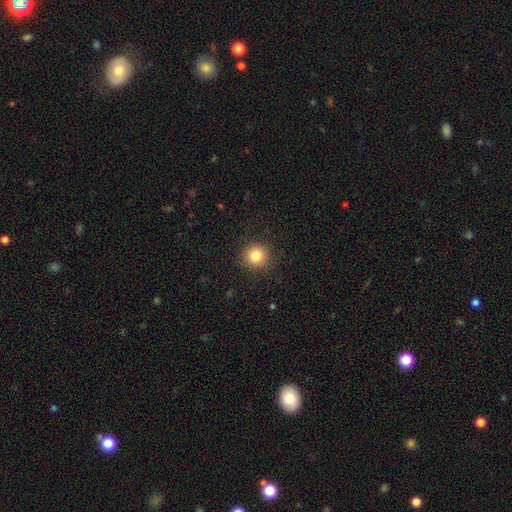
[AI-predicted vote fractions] smooth-or-featured: smooth: 83% | star or artifact: 11% | featured or disk: 6%
  how-rounded: round: 93% | in between: 6% | cigar-shaped: 1%
  merging: none: 90% | minor disturbance: 6% | major disturbance: 2% | merger: 1%